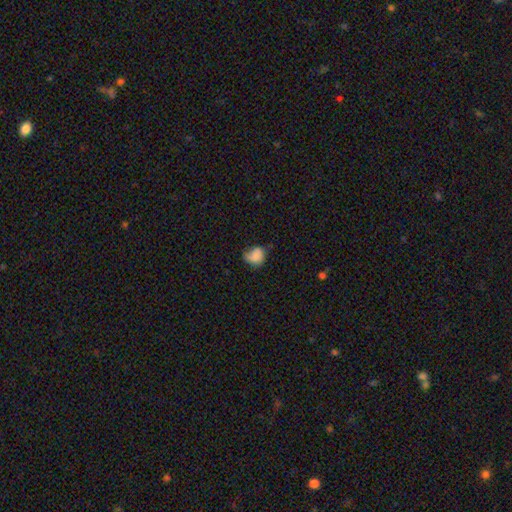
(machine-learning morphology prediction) Smooth or featured? smooth (77%)
How rounded? round (51%)
Merging? none (39%)